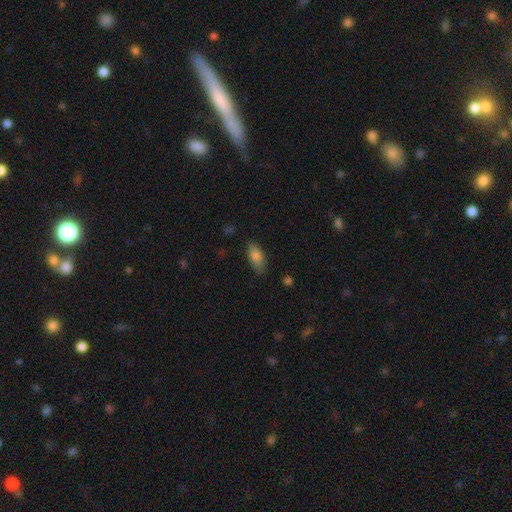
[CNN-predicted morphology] smooth 82%, featured or disk 11%, star or artifact 7%. Down the decision tree: how rounded — in between (85%); merging — none (81%).